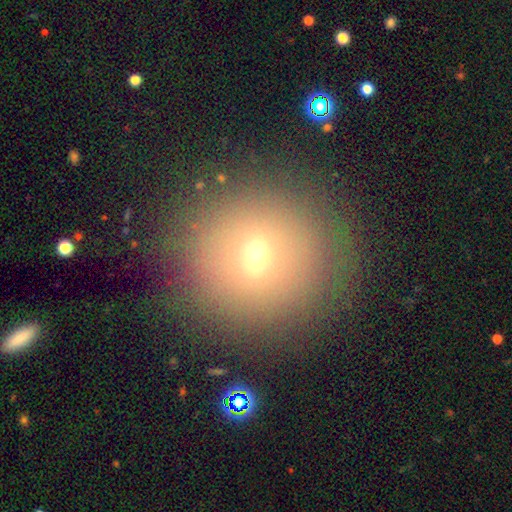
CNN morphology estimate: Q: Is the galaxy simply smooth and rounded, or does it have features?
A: smooth — 57%.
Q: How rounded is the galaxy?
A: round — 89%.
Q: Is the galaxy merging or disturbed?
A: none — 85%.